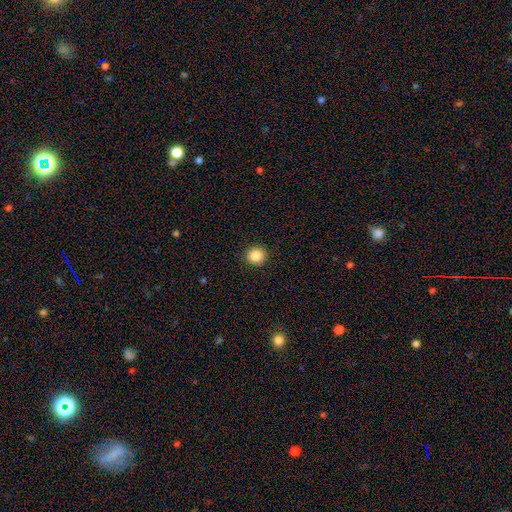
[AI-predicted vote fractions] This is clearly a smooth galaxy (86%). How rounded: clearly round (87%). Merging: clearly none (91%).